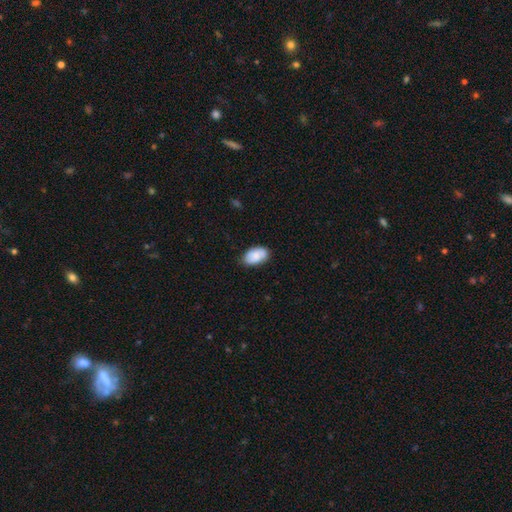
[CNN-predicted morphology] A smooth galaxy with no disk features (82%) that is in between round and cigar-shaped (93%). Merging: none (77%).